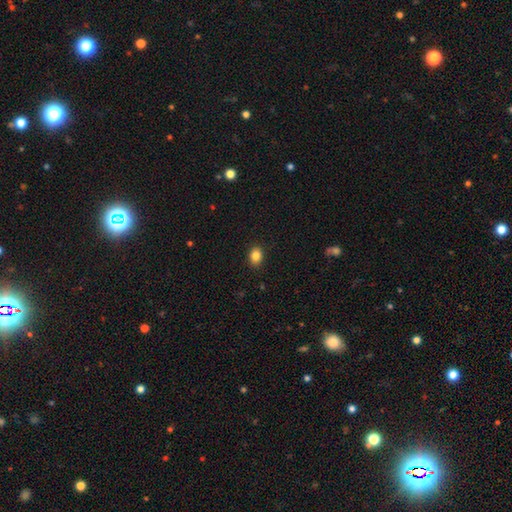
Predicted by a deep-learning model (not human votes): Q: Smooth or featured?
A: smooth (85%); runner-up: star or artifact (10%)
Q: How rounded?
A: in between (66%); runner-up: round (33%)
Q: Merging?
A: none (89%); runner-up: minor disturbance (9%)